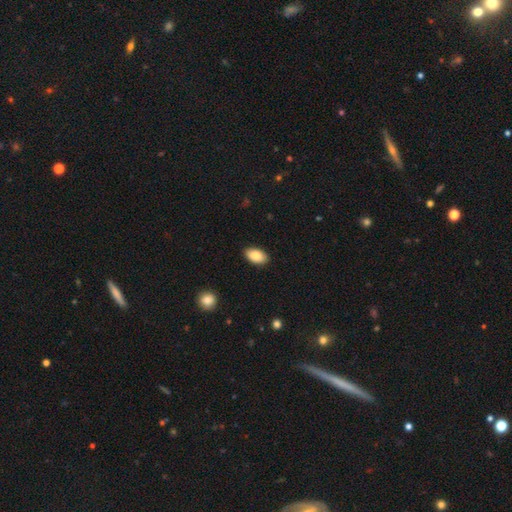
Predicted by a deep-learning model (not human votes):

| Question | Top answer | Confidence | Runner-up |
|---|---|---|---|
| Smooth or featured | smooth | 87% | star or artifact (7%) |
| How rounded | in between | 94% | round (4%) |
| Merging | none | 89% | minor disturbance (8%) |